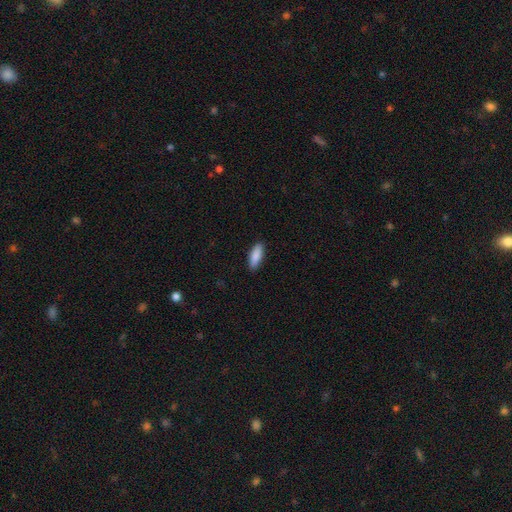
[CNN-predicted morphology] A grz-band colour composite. It shows a smooth galaxy with no disk features (88%) that is in between round and cigar-shaped (67%). Merging: none (87%).